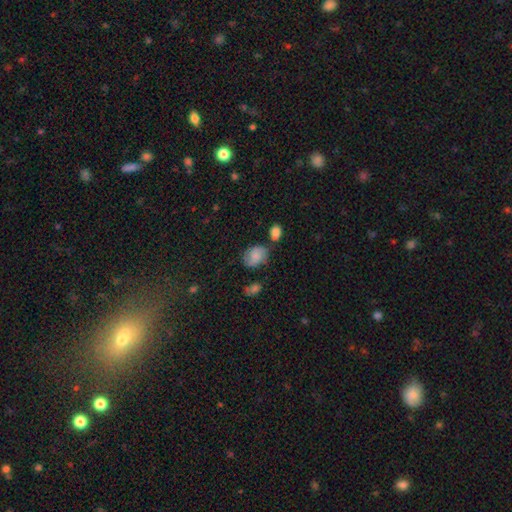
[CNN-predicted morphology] type=smooth (58%); roundness=in between (68%); merging=none (59%).